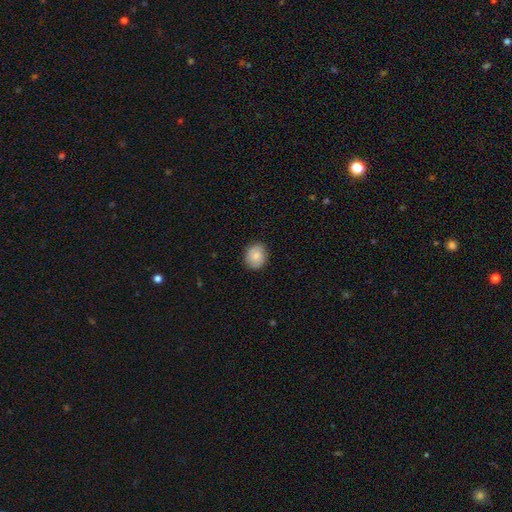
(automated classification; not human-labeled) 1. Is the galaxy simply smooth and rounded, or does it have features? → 81% smooth, 11% featured or disk, 8% star or artifact.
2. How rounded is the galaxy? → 72% round, 27% in between, 1% cigar-shaped.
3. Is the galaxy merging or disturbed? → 86% none, 11% minor disturbance, 2% major disturbance, 1% merger.